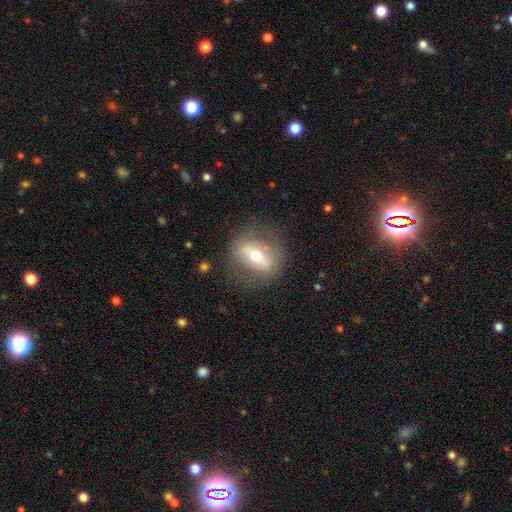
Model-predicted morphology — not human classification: type=featured or disk (58%); edge-on=no (75%); merging=none (76%).